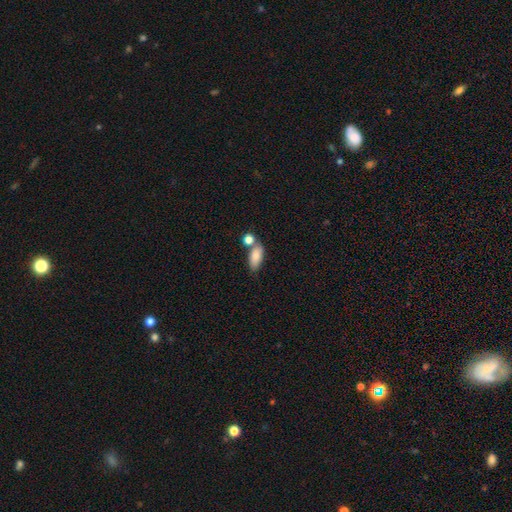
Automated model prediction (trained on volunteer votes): smooth 84%, featured or disk 9%, star or artifact 7%. Down the decision tree: how rounded — in between (87%); merging — none (51%).